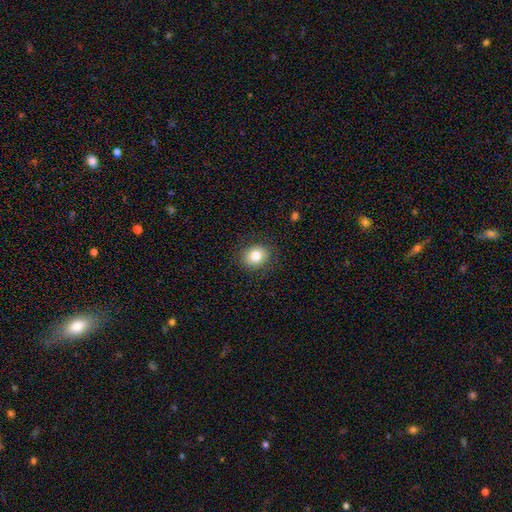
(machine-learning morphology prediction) A smooth galaxy with no disk features (81%) that is round (66%). Merging: none (88%).